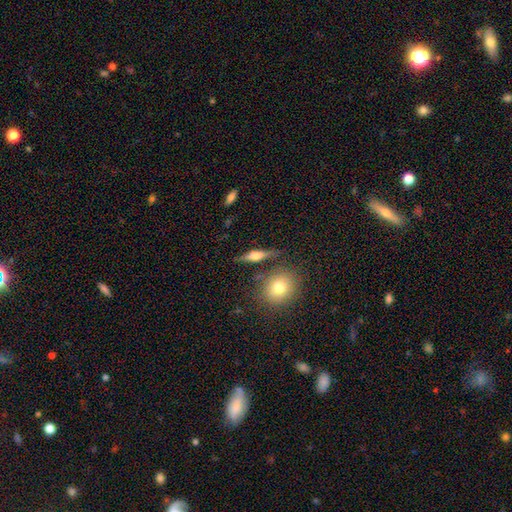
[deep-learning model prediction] Smooth or featured: featured or disk — 50% (smooth — 41%)
Merging: none — 77% (minor disturbance — 12%)